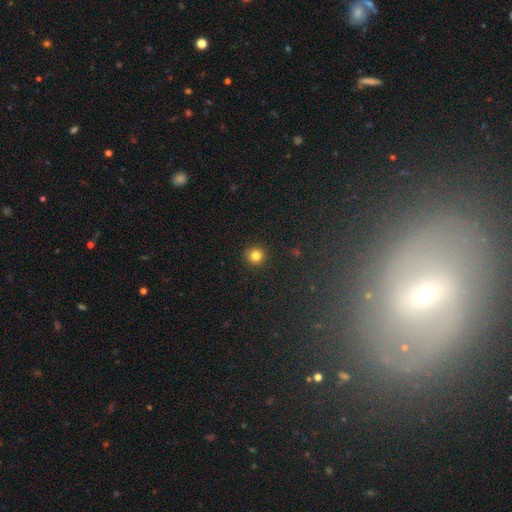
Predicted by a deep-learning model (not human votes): Overall: smooth (83%). How rounded: round (95%). Merging: none (92%).